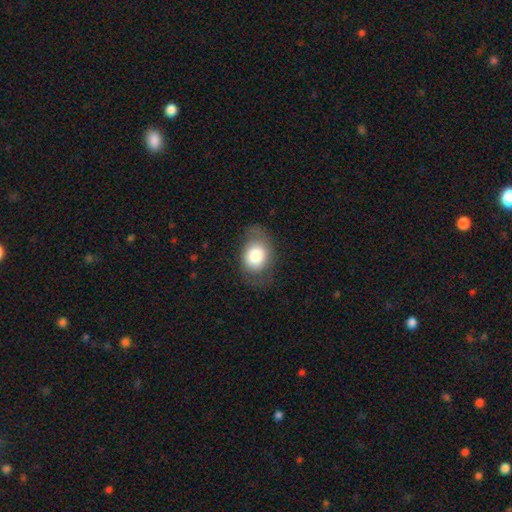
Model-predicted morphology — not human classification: type=smooth (71%); roundness=in between (64%); merging=none (65%).